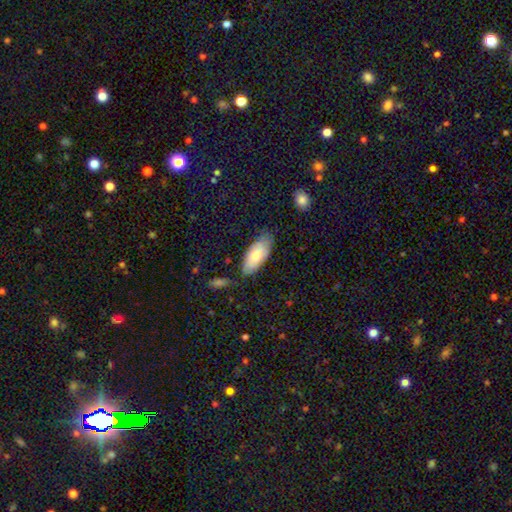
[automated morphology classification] smooth 72%, featured or disk 22%, star or artifact 6%. Down the decision tree: how rounded — in between (86%); merging — none (73%).